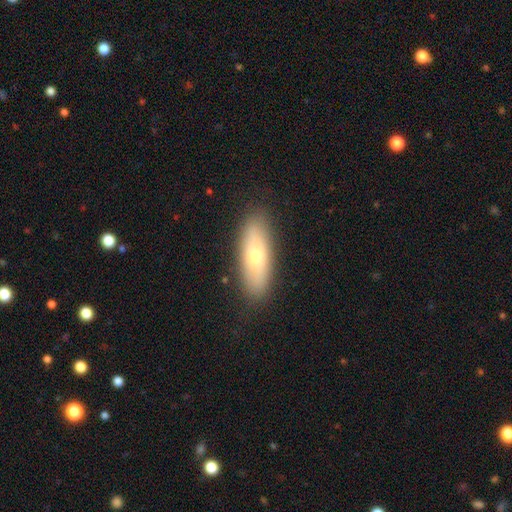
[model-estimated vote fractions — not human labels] Overall: smooth (64%; featured or disk 29%). How rounded: in between (60%; cigar-shaped 37%). Merging: none (87%).